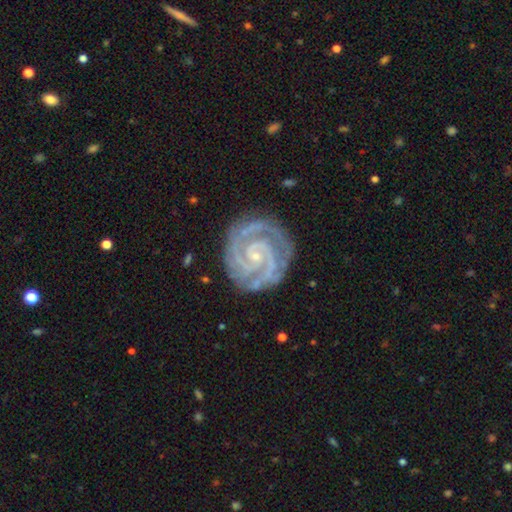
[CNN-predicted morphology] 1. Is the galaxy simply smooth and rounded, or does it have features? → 93% featured or disk, 4% star or artifact, 3% smooth.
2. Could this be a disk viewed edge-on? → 98% no, 2% yes.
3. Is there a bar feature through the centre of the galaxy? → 56% no, 30% weak, 14% strong.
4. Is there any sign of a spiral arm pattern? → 99% yes, 1% no.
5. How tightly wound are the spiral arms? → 78% tight, 20% medium, 2% loose.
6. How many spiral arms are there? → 61% 2, 22% 3, 5% 4, 5% can't tell, 3% more than 4, 3% 1.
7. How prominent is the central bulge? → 82% small, 13% moderate, 3% none, 1% large, 1% dominant.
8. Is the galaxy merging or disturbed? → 79% none, 15% minor disturbance, 4% major disturbance, 1% merger.